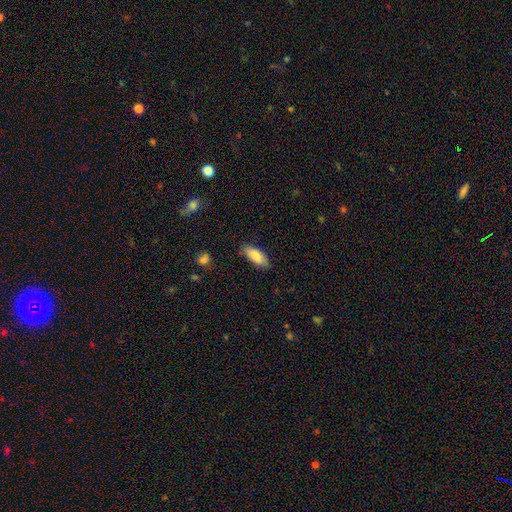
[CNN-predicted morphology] Smooth or featured? smooth (83%)
How rounded? in between (77%)
Merging? none (82%)